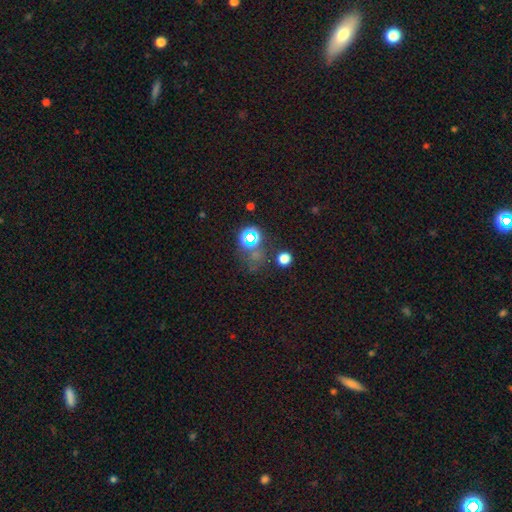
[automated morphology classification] Overall: star or artifact (50%; smooth 38%).